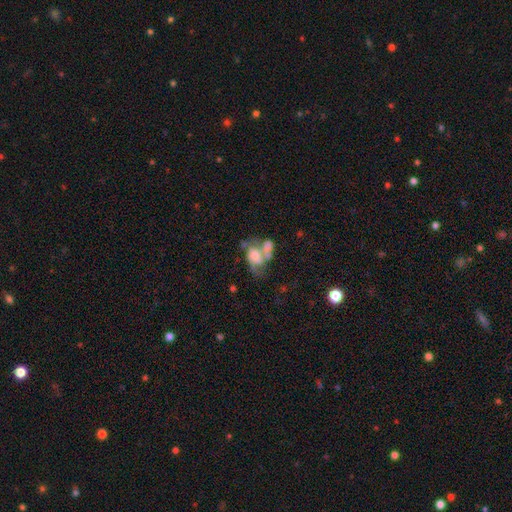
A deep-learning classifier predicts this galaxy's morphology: featured or disk 48%, smooth 43%, star or artifact 9%. Down the decision tree: merging — merger (54%).